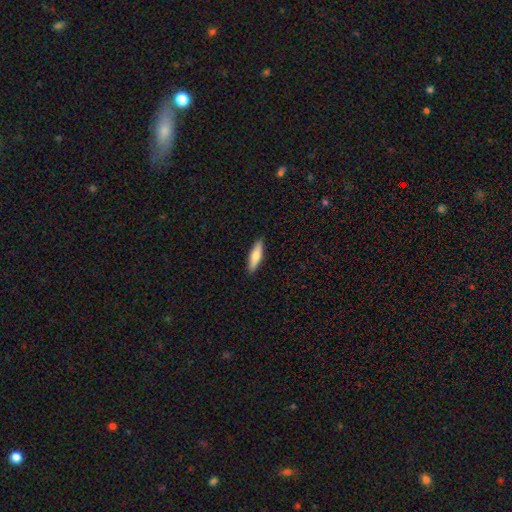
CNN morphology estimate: The model was most divided on "how rounded": cigar-shaped: 68%, in between: 30%, round: 2%. More confident: merging — none (90%); smooth or featured — smooth (72%).